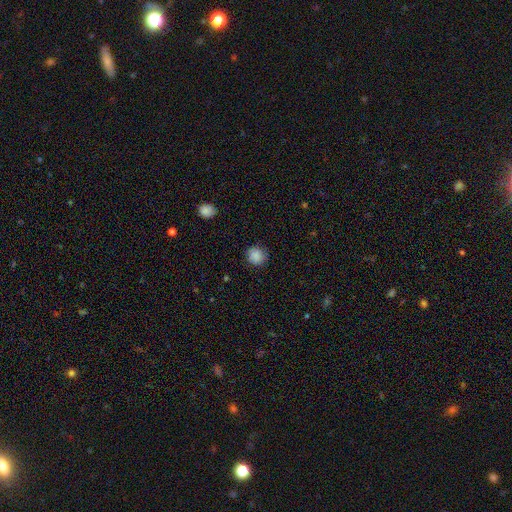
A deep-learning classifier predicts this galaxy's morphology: smooth-or-featured: smooth: 86% | star or artifact: 9% | featured or disk: 5%
  how-rounded: round: 87% | in between: 12% | cigar-shaped: 1%
  merging: none: 83% | minor disturbance: 13% | major disturbance: 3% | merger: 1%